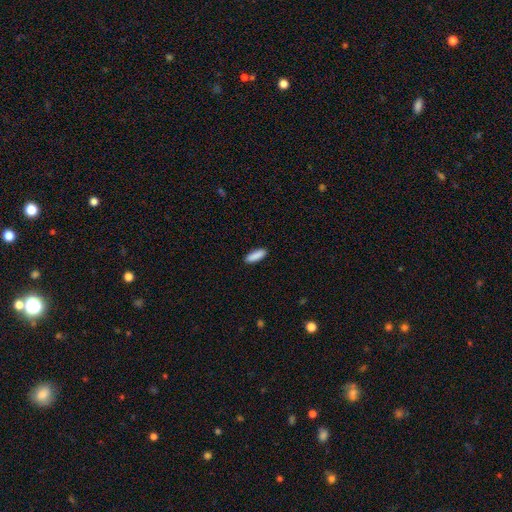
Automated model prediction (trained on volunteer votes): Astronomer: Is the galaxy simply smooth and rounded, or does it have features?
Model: smooth — 90%.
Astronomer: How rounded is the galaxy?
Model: in between — 51% (runner-up: cigar-shaped, 48%).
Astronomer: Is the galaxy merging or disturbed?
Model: none — 90%.